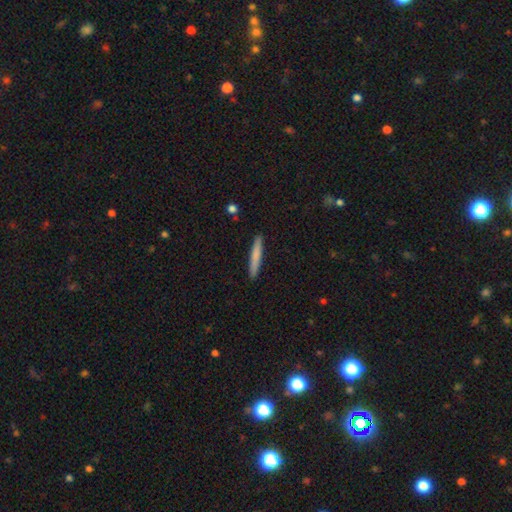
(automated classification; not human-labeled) Morphology: type=smooth (75%); roundness=cigar-shaped (95%); merging=none (91%).